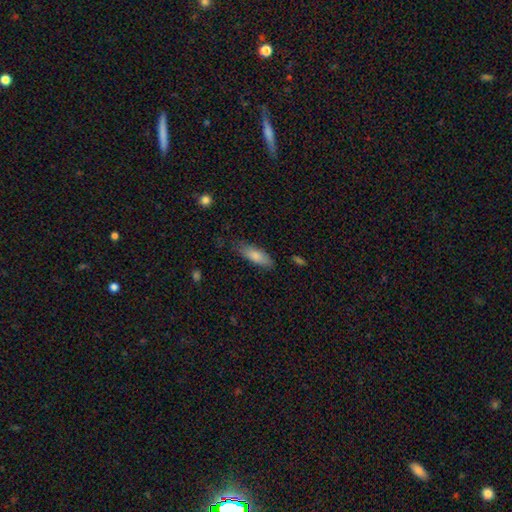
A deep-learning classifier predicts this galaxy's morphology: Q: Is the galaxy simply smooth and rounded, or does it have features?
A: smooth — 81%.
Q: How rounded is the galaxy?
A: in between — 62%.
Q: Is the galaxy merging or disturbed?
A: none — 71%.